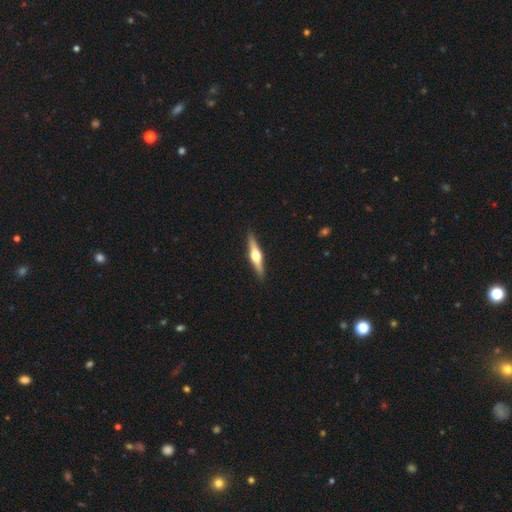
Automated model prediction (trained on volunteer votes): Smooth or featured?
  - featured or disk: 71% *
  - smooth: 24%
  - star or artifact: 5%
Edge-on disk?
  - yes: 98% *
  - no: 2%
Edge-on bulge?
  - rounded: 95% *
  - boxy: 3%
  - none: 2%
Merging?
  - none: 92% *
  - minor disturbance: 6%
  - major disturbance: 1%
  - merger: 1%